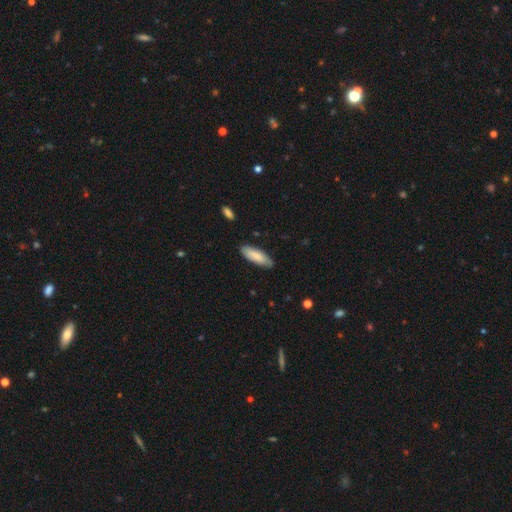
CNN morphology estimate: This is clearly a smooth galaxy (83%). How rounded: possibly in between (58%). Merging: clearly none (80%).